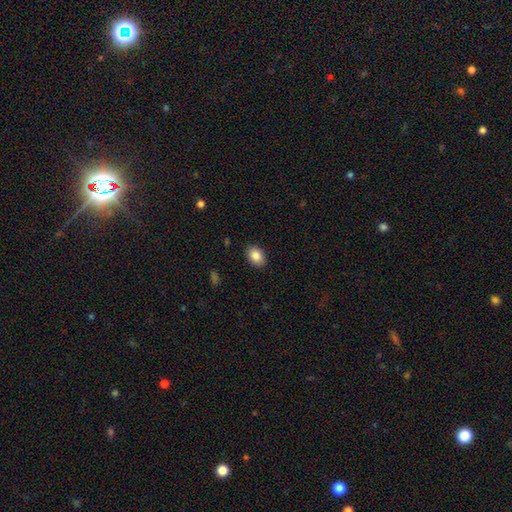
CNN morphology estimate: type=smooth (86%); roundness=in between (78%); merging=none (89%).